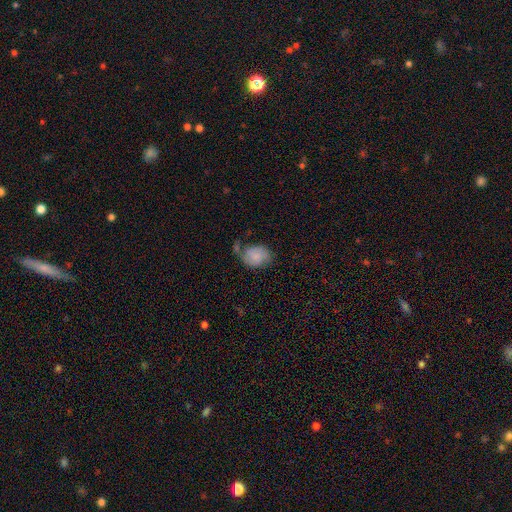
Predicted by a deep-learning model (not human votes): Smooth or featured: smooth — 68% (featured or disk — 25%)
How rounded: in between — 62% (round — 37%)
Merging: none — 45% (minor disturbance — 27%)